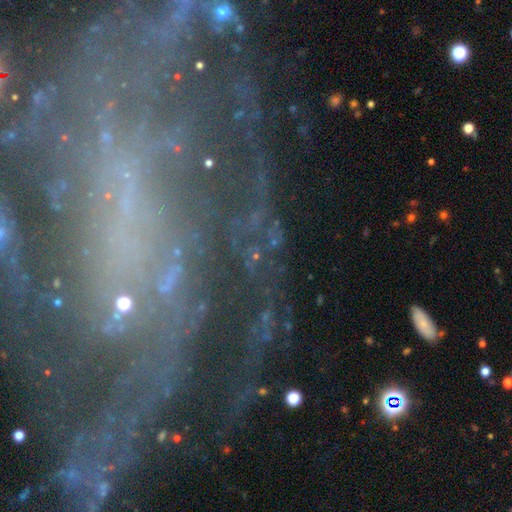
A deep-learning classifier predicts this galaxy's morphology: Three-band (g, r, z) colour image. It shows a star or artifact, not a galaxy (51%).